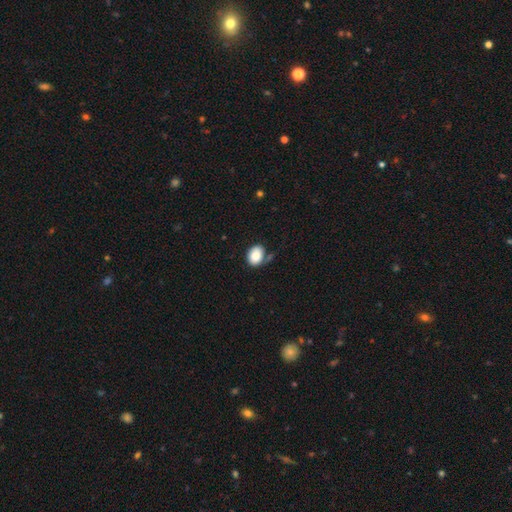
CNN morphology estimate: This appears to be a smooth galaxy with no disk features (84%) that is in between round and cigar-shaped (59%). Merging: none (59%).